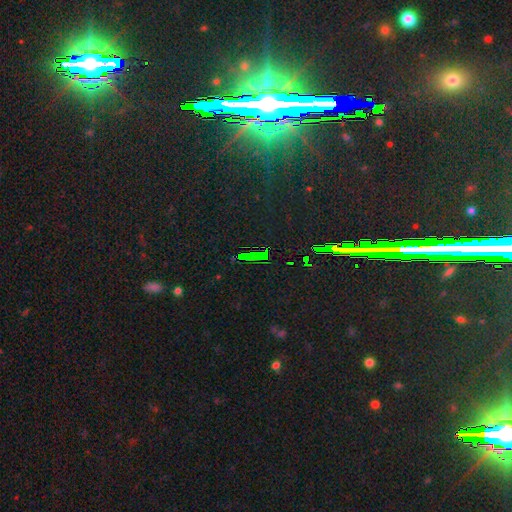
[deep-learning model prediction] Smooth or featured? star or artifact (77%)